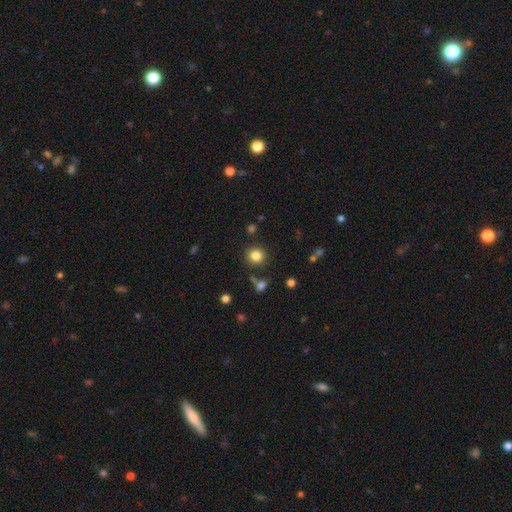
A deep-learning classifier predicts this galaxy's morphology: Smooth or featured?
  - smooth: 83% *
  - star or artifact: 12%
  - featured or disk: 6%
How rounded?
  - round: 90% *
  - in between: 9%
  - cigar-shaped: 1%
Merging?
  - none: 85% *
  - minor disturbance: 7%
  - merger: 5%
  - major disturbance: 3%